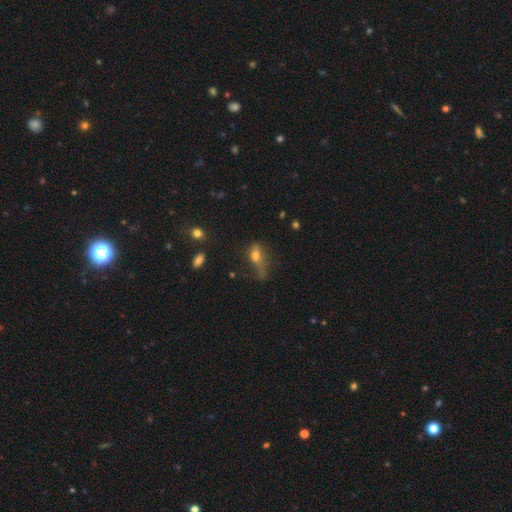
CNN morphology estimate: This is likely a smooth galaxy (63%). How rounded: likely in between (69%). Merging: possibly major disturbance (49%).